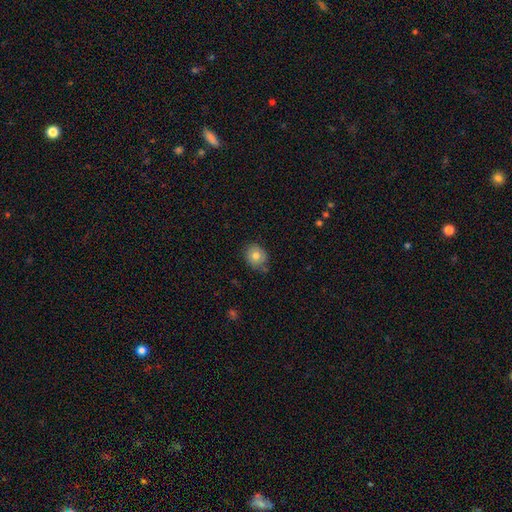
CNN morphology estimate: smooth 78%, featured or disk 13%, star or artifact 9%. Down the decision tree: how rounded — round (73%); merging — none (77%).